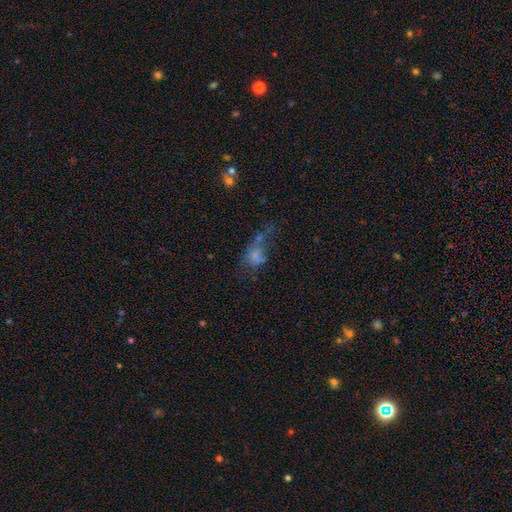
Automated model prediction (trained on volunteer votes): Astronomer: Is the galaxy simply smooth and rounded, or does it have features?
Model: smooth — 56%.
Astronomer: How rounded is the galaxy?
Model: in between — 76%.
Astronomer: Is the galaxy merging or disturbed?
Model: major disturbance — 40% (runner-up: none, 23%).